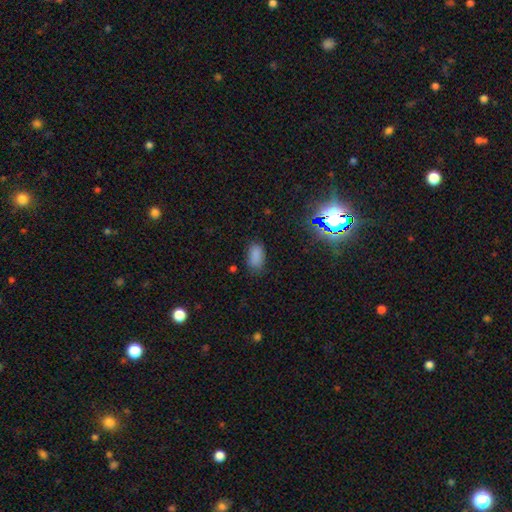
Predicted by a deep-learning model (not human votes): smooth 79%, star or artifact 16%, featured or disk 5%. Down the decision tree: how rounded — in between (92%); merging — none (77%).